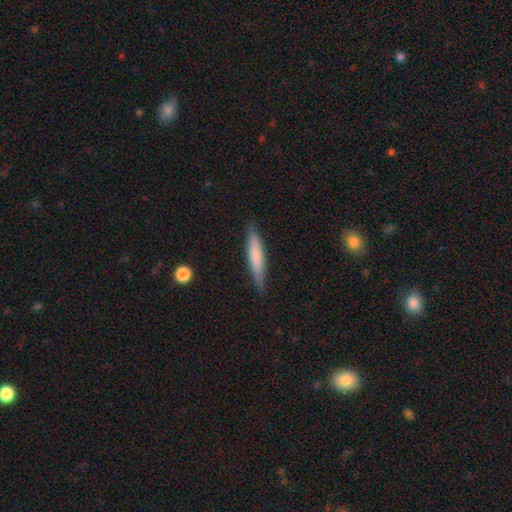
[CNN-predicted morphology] Smooth or featured? Predicted: smooth (p=0.67). How rounded? Predicted: cigar-shaped (p=0.90). Merging? Predicted: none (p=0.87).